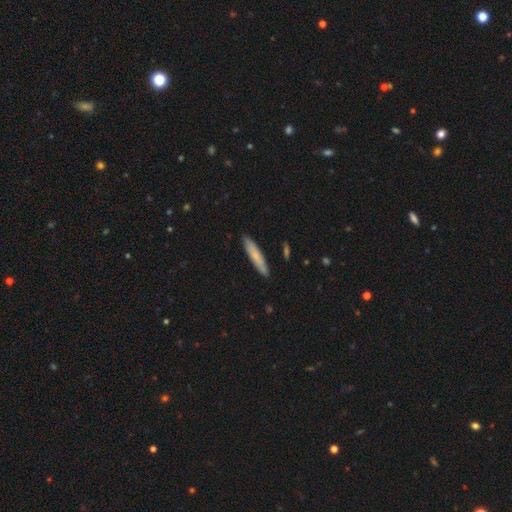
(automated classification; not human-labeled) Smooth or featured? Predicted: smooth (p=0.72). How rounded? Predicted: cigar-shaped (p=0.89). Merging? Predicted: none (p=0.89).